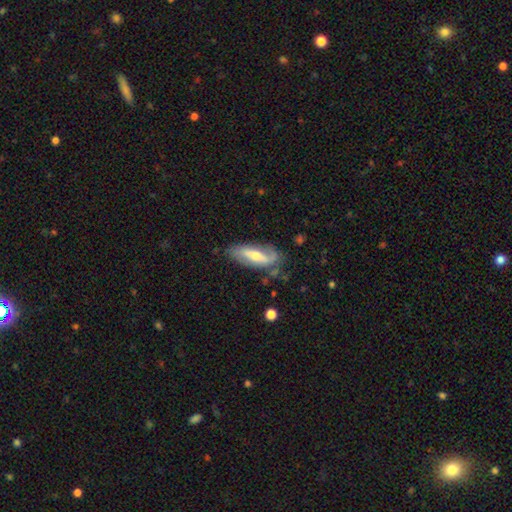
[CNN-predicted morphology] Overall: featured or disk (66%; smooth 27%). Edge-on disk: no (79%). Bar: weak (37%; strong 31%). Spiral arms: yes (83%). Bulge size: moderate (58%; small 36%). Merging: none (67%).